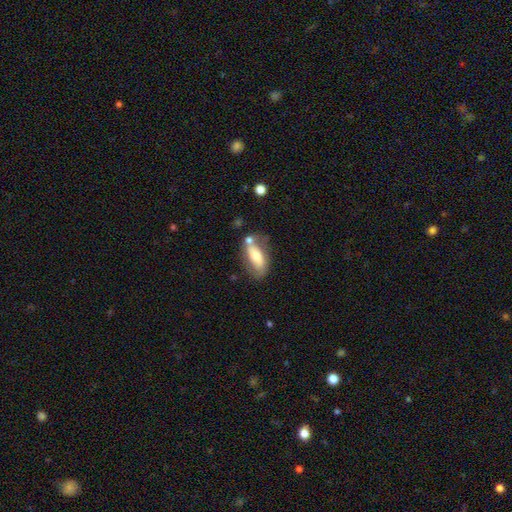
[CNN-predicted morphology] Smooth or featured? smooth (55%)
How rounded? in between (82%)
Merging? none (55%)